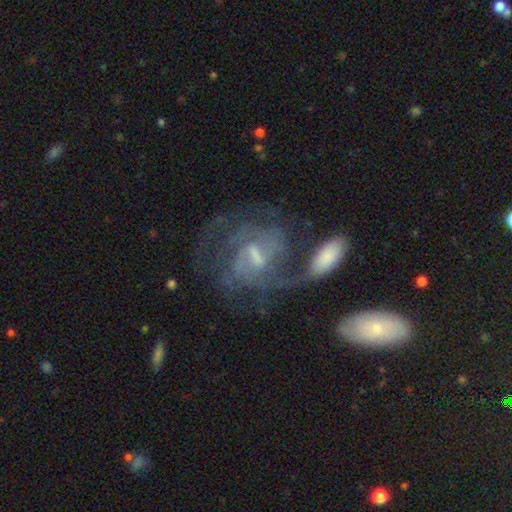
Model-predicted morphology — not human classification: This appears to be a featured or disk galaxy (79%) with a weak bar (55%), medium (45%) spiral arms (86%) and a small central bulge (45%). Merging: none (50%).